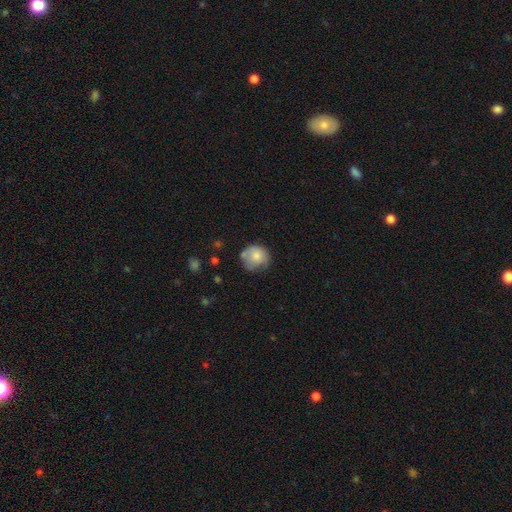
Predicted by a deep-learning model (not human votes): Smooth or featured?
  - smooth: 75% *
  - featured or disk: 17%
  - star or artifact: 8%
How rounded?
  - round: 87% *
  - in between: 12%
  - cigar-shaped: 1%
Merging?
  - none: 55% *
  - minor disturbance: 30%
  - major disturbance: 9%
  - merger: 5%